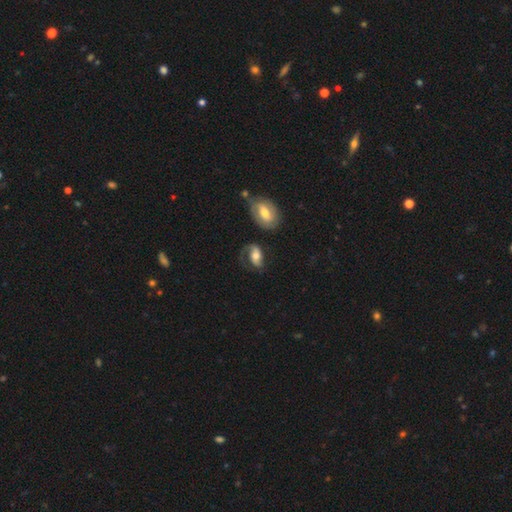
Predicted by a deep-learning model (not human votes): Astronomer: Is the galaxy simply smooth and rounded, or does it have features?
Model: featured or disk — 65%.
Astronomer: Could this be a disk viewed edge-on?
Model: no — 96%.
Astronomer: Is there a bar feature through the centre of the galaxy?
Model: no — 50% (runner-up: weak, 33%).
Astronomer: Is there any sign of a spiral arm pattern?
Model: yes — 87%.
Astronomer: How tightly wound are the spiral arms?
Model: medium — 42% (runner-up: loose, 37%).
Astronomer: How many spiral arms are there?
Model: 2 — 64%.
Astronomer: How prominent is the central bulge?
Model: moderate — 64%.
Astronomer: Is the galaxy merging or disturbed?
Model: none — 46% (runner-up: major disturbance, 25%).